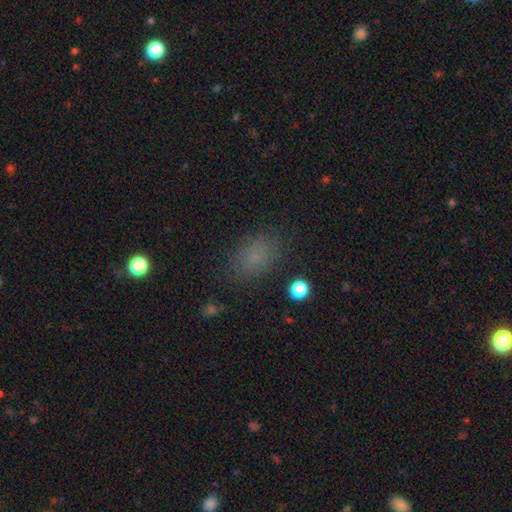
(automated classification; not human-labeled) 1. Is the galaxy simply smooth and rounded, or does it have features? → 75% smooth, 18% star or artifact, 7% featured or disk.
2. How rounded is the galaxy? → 76% in between, 22% round, 2% cigar-shaped.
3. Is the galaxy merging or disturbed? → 81% none, 12% minor disturbance, 5% major disturbance, 2% merger.